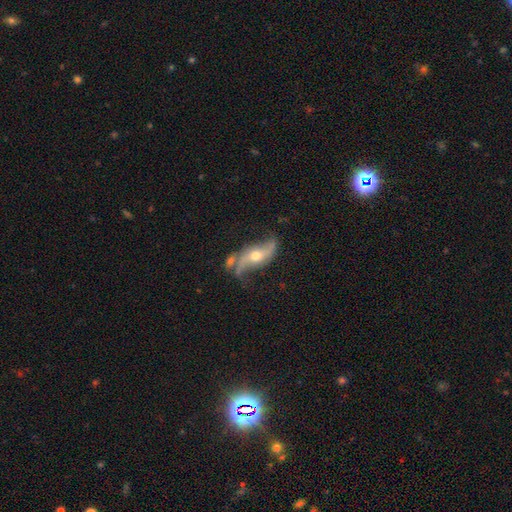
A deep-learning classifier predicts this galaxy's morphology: A featured or disk galaxy (82%) with no bar (57%), 2 (91%) loose (84%) spiral arms (91%) and a moderate central bulge (70%).

Vote fractions:
- Smooth or featured? featured or disk: 82% / smooth: 11% / star or artifact: 6%
- Edge-on disk? no: 86% / yes: 14%
- Bar? no: 57% / weak: 25% / strong: 18%
- Spiral arms? yes: 91% / no: 9%
- Spiral winding? loose: 84% / medium: 11% / tight: 5%
- Spiral arm count? 2: 91% / can't tell: 3% / 1: 2% / 3: 1% / 4: 1% / more than 4: 1%
- Bulge size? moderate: 70% / small: 24% / large: 4% / dominant: 1% / none: 1%
- Merging? none: 59% / minor disturbance: 21% / major disturbance: 10% / merger: 10%